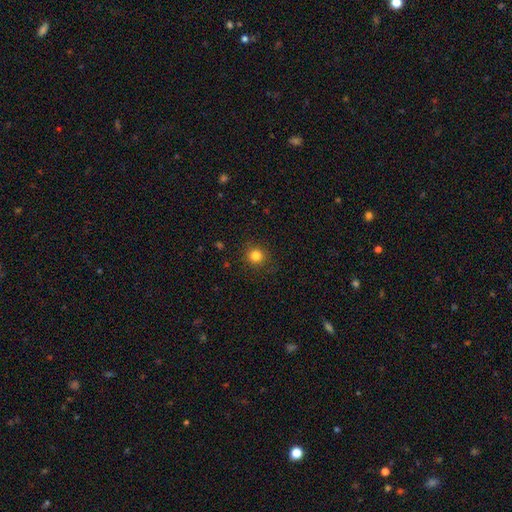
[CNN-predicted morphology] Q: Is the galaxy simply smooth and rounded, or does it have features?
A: smooth — 83%.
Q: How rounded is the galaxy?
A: round — 92%.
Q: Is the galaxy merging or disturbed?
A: none — 88%.